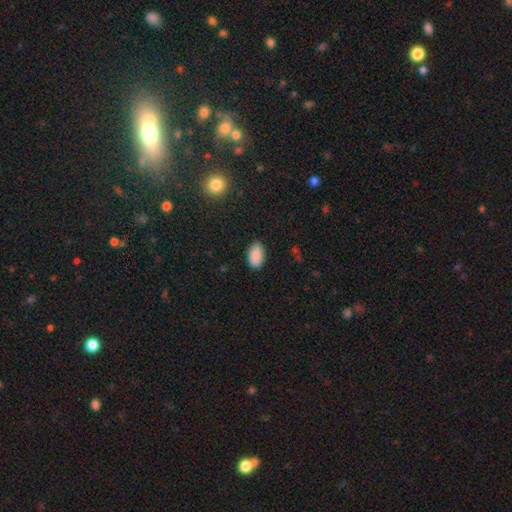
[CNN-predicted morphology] Smooth or featured? smooth (89%)
How rounded? in between (94%)
Merging? none (86%)